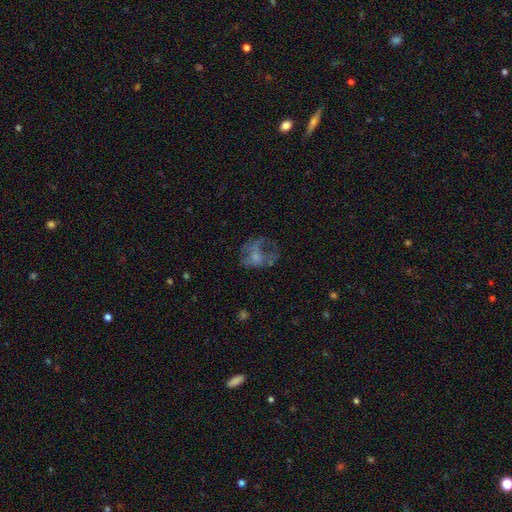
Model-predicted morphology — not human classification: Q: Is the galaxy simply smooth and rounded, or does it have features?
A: featured or disk — 44%.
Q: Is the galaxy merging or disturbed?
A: major disturbance — 47%.